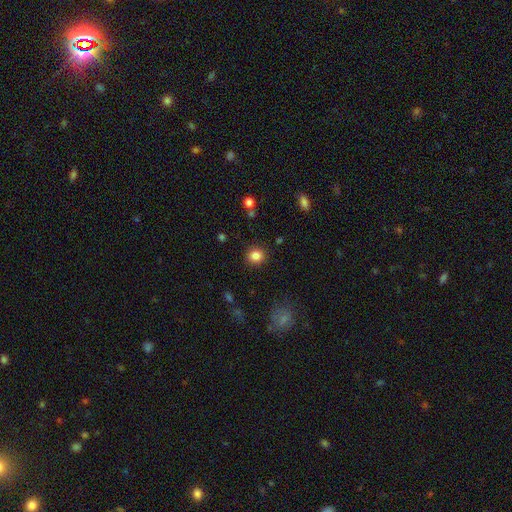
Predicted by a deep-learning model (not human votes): Smooth or featured? smooth (84%)
How rounded? round (83%)
Merging? none (90%)